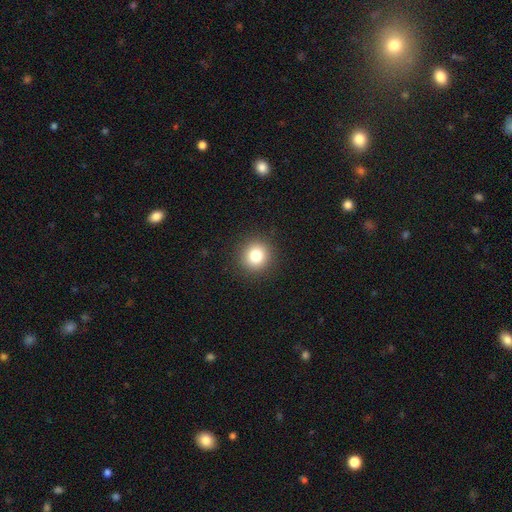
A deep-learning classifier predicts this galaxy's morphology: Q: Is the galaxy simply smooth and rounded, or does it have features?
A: smooth — 81%.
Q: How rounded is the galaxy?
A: round — 93%.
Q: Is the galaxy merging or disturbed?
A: none — 92%.